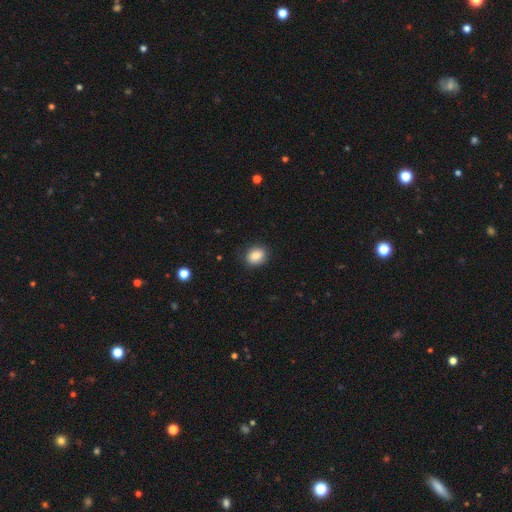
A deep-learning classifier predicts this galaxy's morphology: The model was most divided on "how rounded": round: 55%, in between: 44%, cigar-shaped: 1%. More confident: merging — none (85%); smooth or featured — smooth (83%).